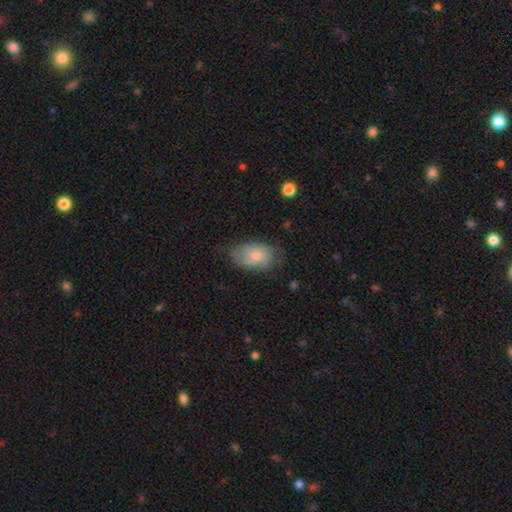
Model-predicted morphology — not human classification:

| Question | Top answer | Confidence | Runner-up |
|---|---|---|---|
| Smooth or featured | smooth | 69% | featured or disk (23%) |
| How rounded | in between | 87% | round (11%) |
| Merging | none | 56% | minor disturbance (31%) |